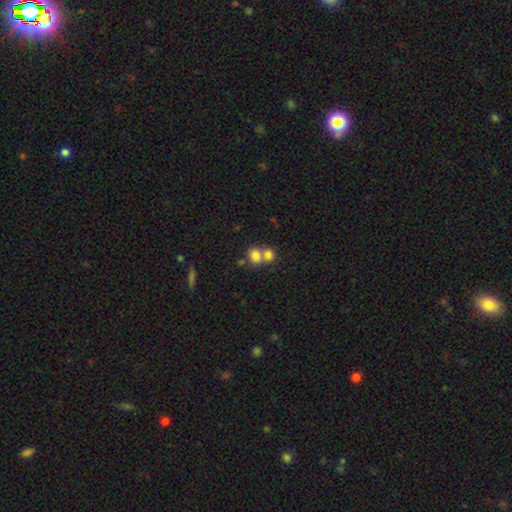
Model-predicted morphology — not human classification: The model was most divided on "how rounded": in between: 50%, round: 49%, cigar-shaped: 1%. More confident: smooth or featured — smooth (78%); merging — merger (61%).